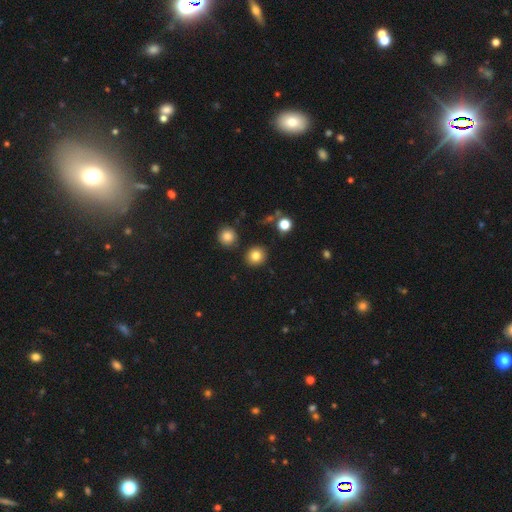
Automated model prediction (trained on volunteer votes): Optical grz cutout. It shows a smooth galaxy with no disk features (82%) that is round (86%). Merging: none (88%).